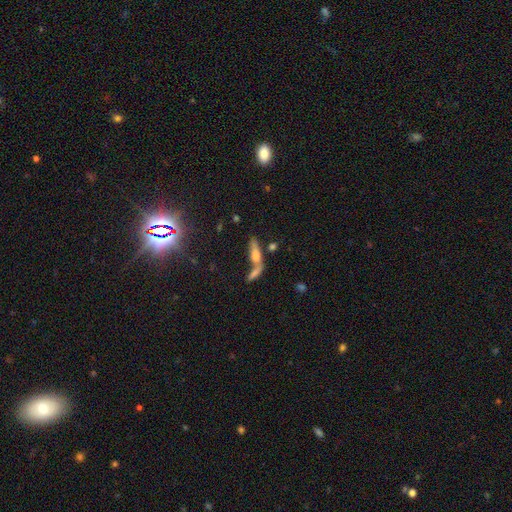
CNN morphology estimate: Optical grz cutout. It shows a smooth galaxy with no disk features (53%) that is cigar-shaped (59%). Merging: merger (45%).